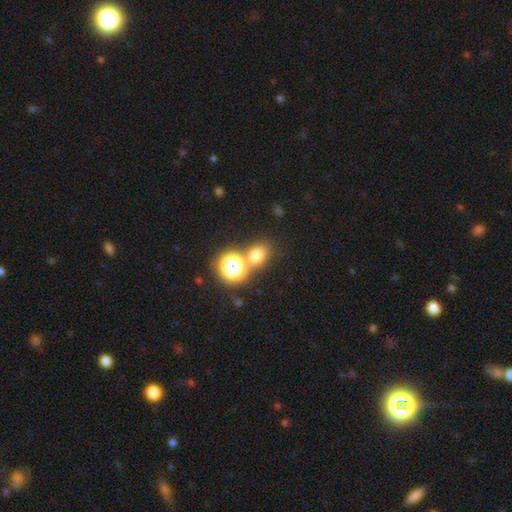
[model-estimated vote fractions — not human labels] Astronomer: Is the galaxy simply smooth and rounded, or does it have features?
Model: smooth — 69%.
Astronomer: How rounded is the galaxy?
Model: round — 65%.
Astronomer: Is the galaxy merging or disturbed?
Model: none — 64%.